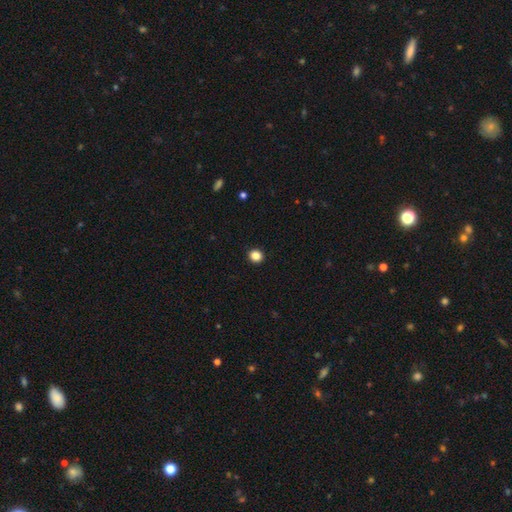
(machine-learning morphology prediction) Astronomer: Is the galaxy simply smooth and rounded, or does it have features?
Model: smooth — 86%.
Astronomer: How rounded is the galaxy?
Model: round — 87%.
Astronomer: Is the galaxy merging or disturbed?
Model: none — 93%.